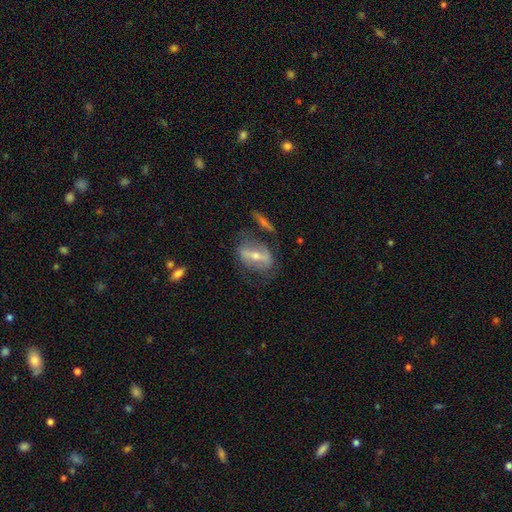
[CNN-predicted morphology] Overall: featured or disk (69%). Edge-on disk: no (82%). Bar: strong (60%; weak 24%). Spiral arms: yes (54%; no 46%). Bulge size: moderate (50%; small 46%). Merging: none (59%; minor disturbance 20%).